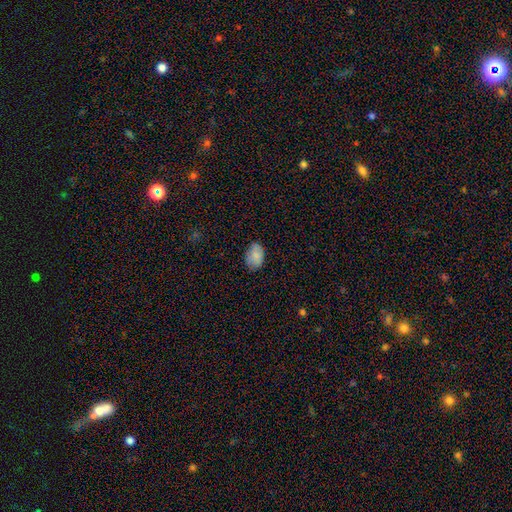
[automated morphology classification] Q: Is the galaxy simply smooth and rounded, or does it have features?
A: smooth — 85%.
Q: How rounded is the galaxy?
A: in between — 84%.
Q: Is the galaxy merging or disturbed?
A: none — 75%.